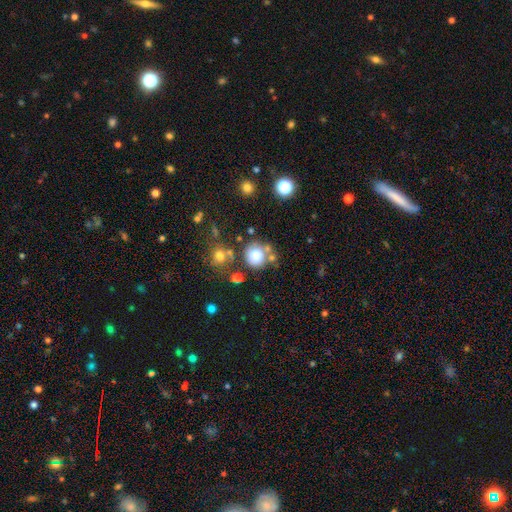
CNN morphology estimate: Smooth or featured? smooth (76%)
How rounded? round (85%)
Merging? none (60%)